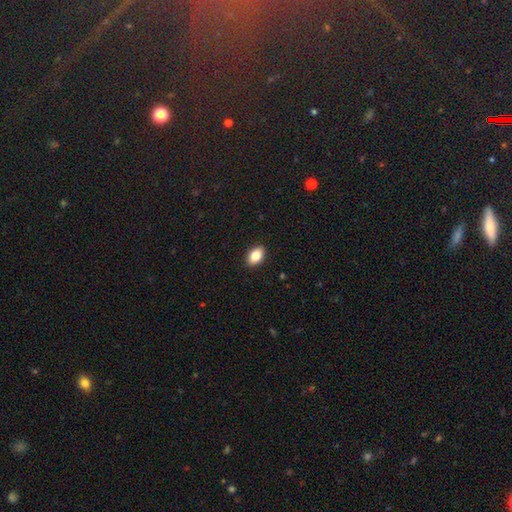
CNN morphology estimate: Smooth or featured? smooth (84%)
How rounded? in between (89%)
Merging? none (91%)